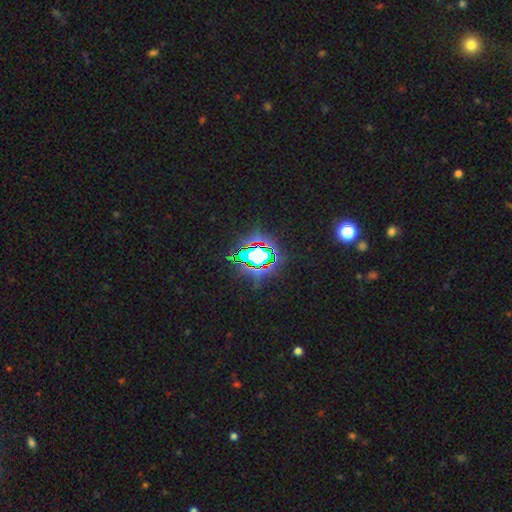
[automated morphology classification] Overall: star or artifact (70%).